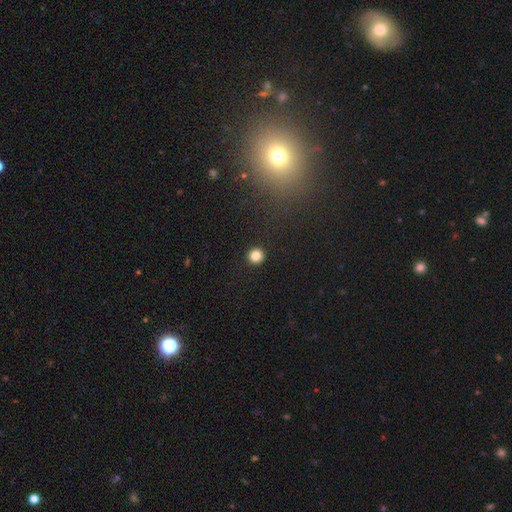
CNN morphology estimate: This is clearly a smooth galaxy (84%). How rounded: clearly round (95%). Merging: clearly none (93%).